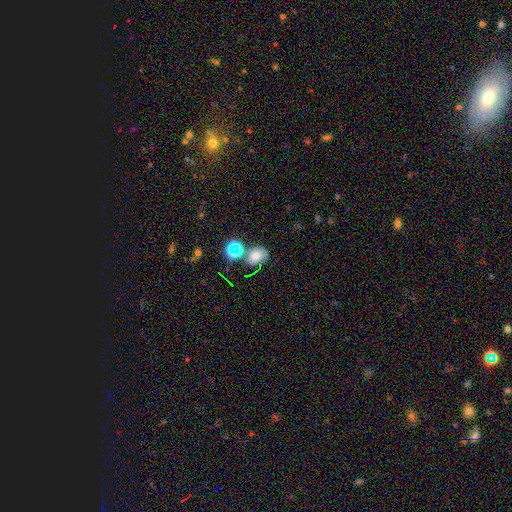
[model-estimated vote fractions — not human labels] Morphology: type=smooth (52%); roundness=in between (57%); merging=none (52%).